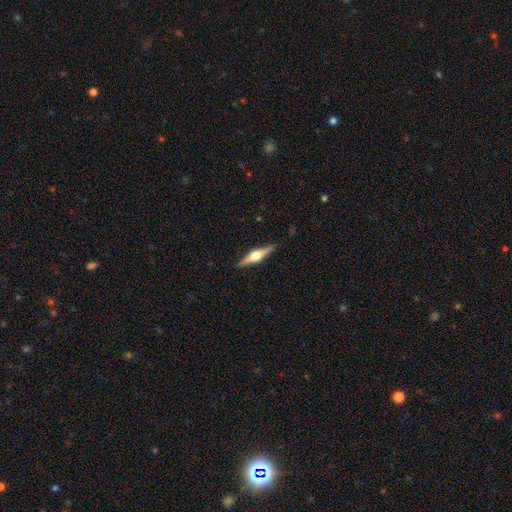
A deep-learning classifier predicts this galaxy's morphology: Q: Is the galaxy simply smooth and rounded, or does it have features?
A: featured or disk — 74%.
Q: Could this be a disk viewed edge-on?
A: yes — 98%.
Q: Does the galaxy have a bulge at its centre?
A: rounded — 94%.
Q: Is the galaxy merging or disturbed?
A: none — 90%.